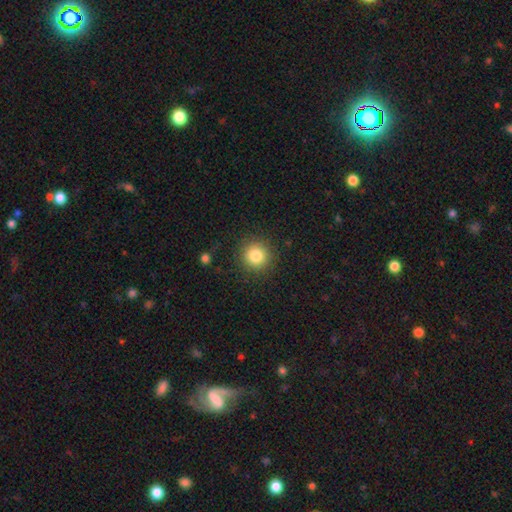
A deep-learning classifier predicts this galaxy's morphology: The model was most divided on "smooth or featured": smooth: 84%, star or artifact: 11%, featured or disk: 6%. More confident: how rounded — round (94%); merging — none (89%).